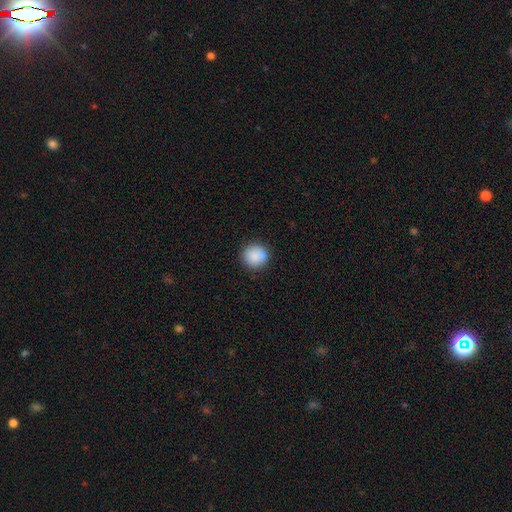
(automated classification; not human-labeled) smooth 87%, star or artifact 8%, featured or disk 5%. Down the decision tree: how rounded — round (92%); merging — none (84%).